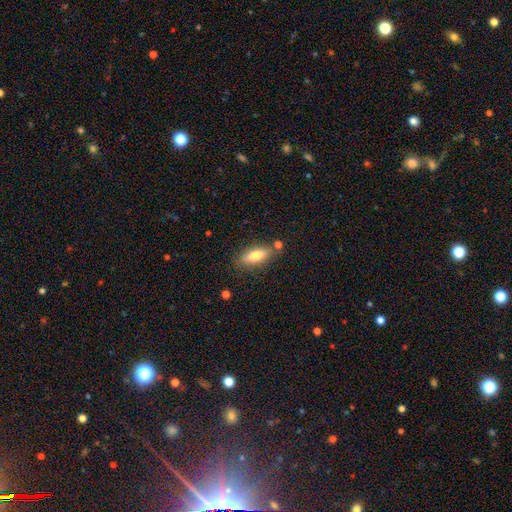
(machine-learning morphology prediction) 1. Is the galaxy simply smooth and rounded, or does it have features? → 71% smooth, 22% featured or disk, 7% star or artifact.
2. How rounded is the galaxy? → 65% in between, 32% cigar-shaped, 3% round.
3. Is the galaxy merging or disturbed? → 77% none, 13% minor disturbance, 7% merger, 3% major disturbance.